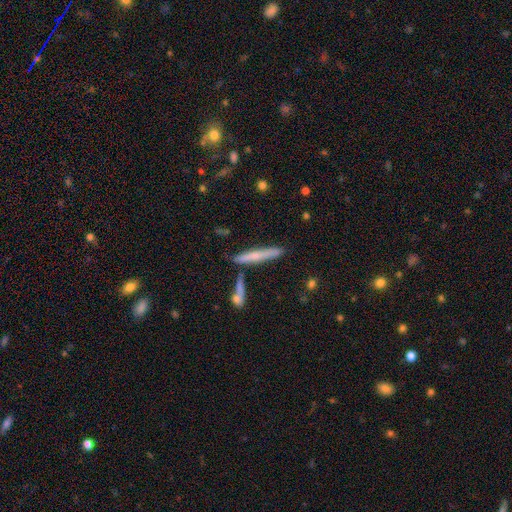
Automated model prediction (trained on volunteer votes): Smooth or featured?
  - smooth: 54% *
  - featured or disk: 39%
  - star or artifact: 7%
How rounded?
  - cigar-shaped: 94% *
  - in between: 5%
  - round: 2%
Merging?
  - none: 79% *
  - minor disturbance: 11%
  - merger: 8%
  - major disturbance: 3%